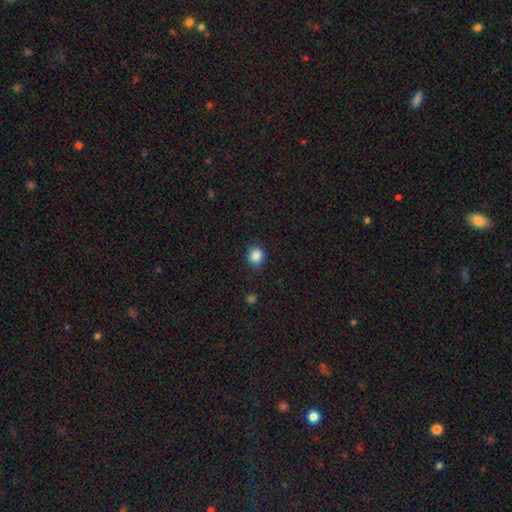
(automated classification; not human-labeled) The model was most divided on "how rounded": round: 76%, in between: 23%, cigar-shaped: 1%. More confident: merging — none (88%); smooth or featured — smooth (86%).